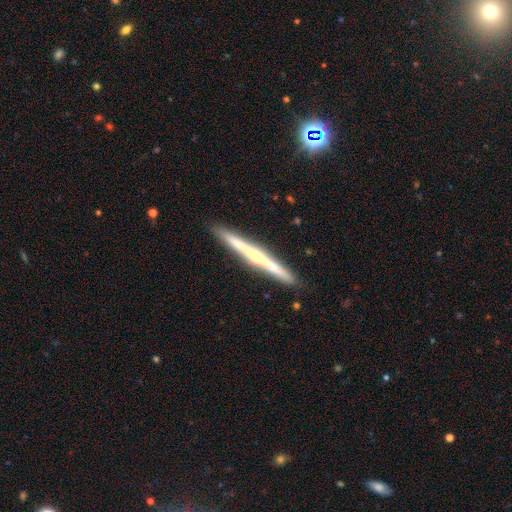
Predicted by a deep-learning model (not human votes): Smooth or featured? featured or disk (61%)
Edge-on disk? yes (98%)
Edge-on bulge? none (60%)
Merging? none (92%)